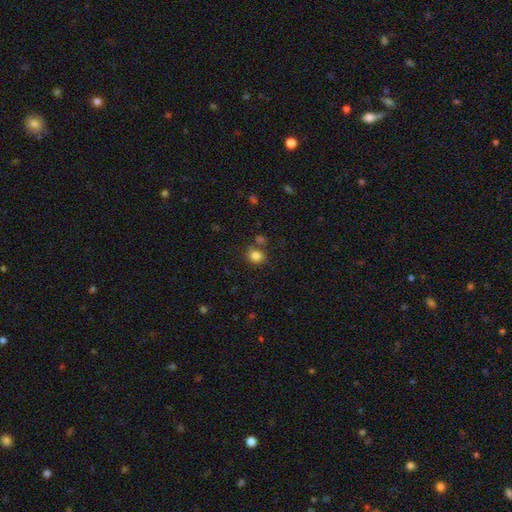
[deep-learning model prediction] Smooth or featured: smooth — 83% (star or artifact — 11%)
How rounded: round — 67% (in between — 32%)
Merging: none — 74% (minor disturbance — 12%)